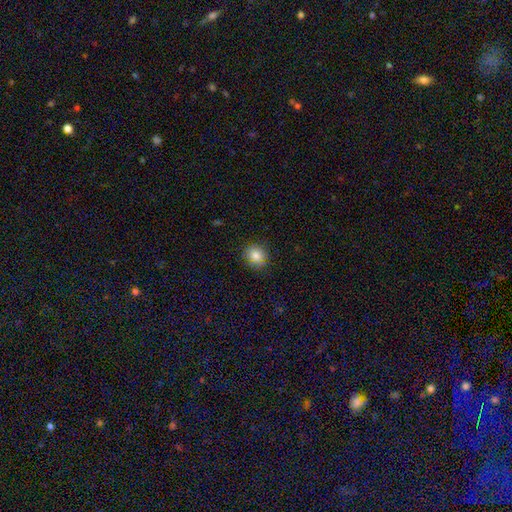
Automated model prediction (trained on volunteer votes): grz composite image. It shows a smooth galaxy with no disk features (83%) that is round (78%). Merging: none (84%).